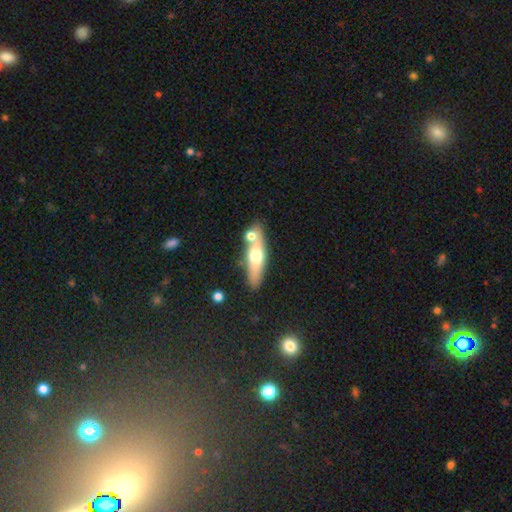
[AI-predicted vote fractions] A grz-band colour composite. It shows a smooth galaxy with no disk features (49%). Merging: none (64%).